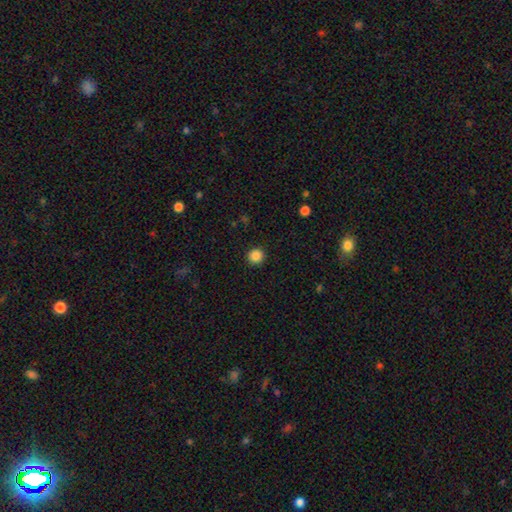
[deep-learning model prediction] Q: Smooth or featured?
A: smooth (86%); runner-up: star or artifact (10%)
Q: How rounded?
A: round (94%); runner-up: in between (5%)
Q: Merging?
A: none (92%); runner-up: minor disturbance (5%)